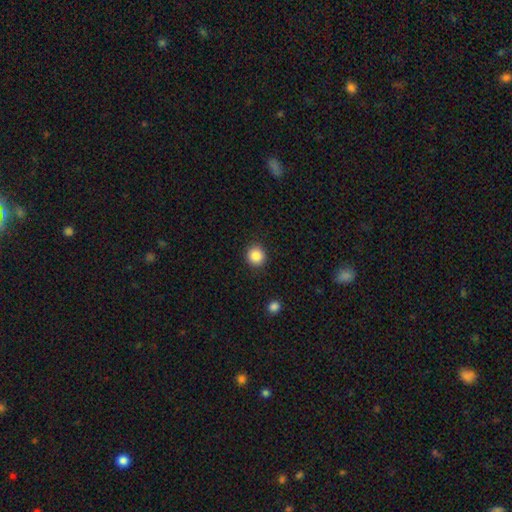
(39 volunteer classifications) A smooth galaxy with no disk features (92%) that is round (94%). Merging: none (83%).